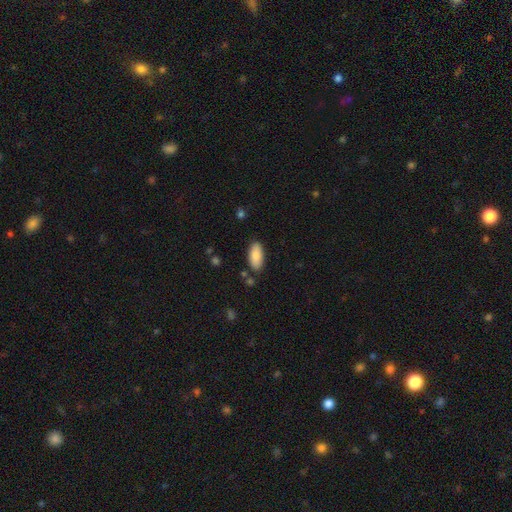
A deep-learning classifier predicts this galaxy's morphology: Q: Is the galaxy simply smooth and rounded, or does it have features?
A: smooth — 85%.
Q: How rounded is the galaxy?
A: in between — 88%.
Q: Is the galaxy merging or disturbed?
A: none — 85%.